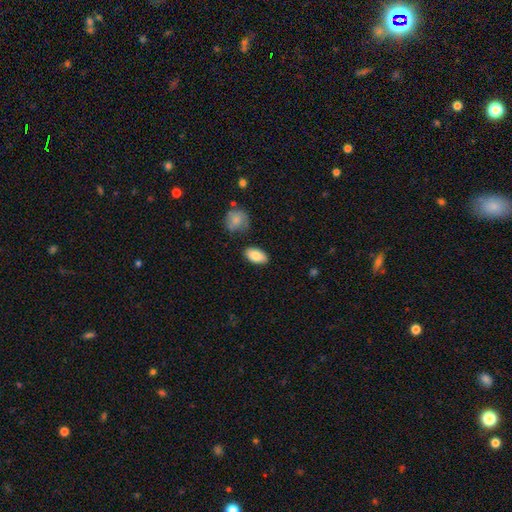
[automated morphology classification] type=smooth (86%); roundness=in between (93%); merging=none (82%).